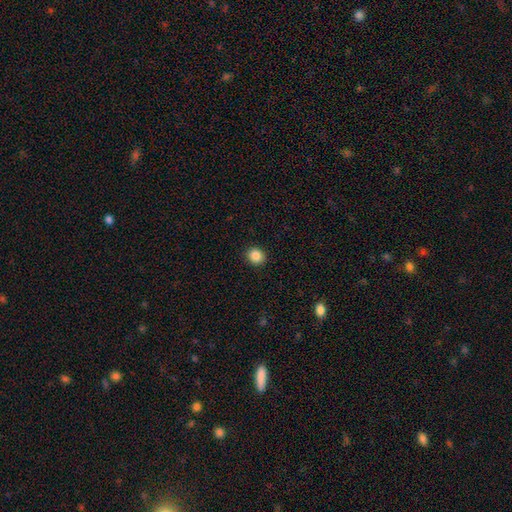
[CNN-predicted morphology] A smooth galaxy with no disk features (86%) that is round (80%). Merging: none (91%).